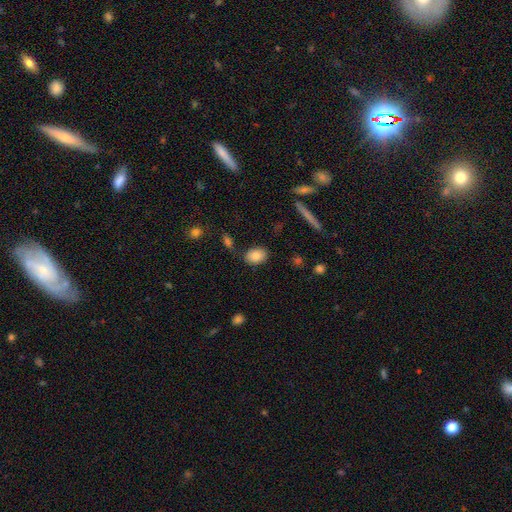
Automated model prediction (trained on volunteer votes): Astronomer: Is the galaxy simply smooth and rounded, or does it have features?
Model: smooth — 84%.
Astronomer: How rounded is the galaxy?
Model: in between — 79%.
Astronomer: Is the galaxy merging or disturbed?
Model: none — 79%.